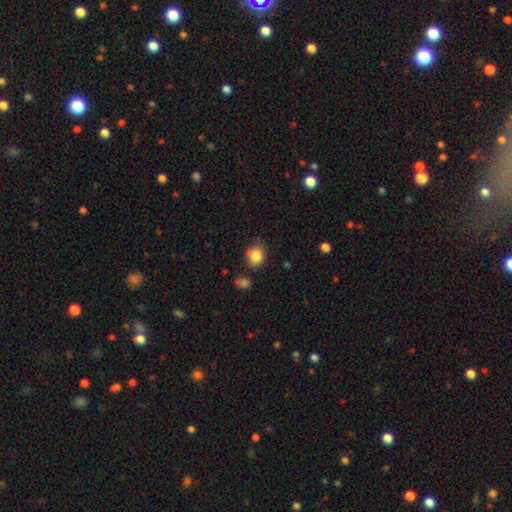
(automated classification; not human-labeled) The model was most divided on "how rounded": round: 57%, in between: 42%, cigar-shaped: 1%. More confident: smooth or featured — smooth (83%); merging — none (66%).